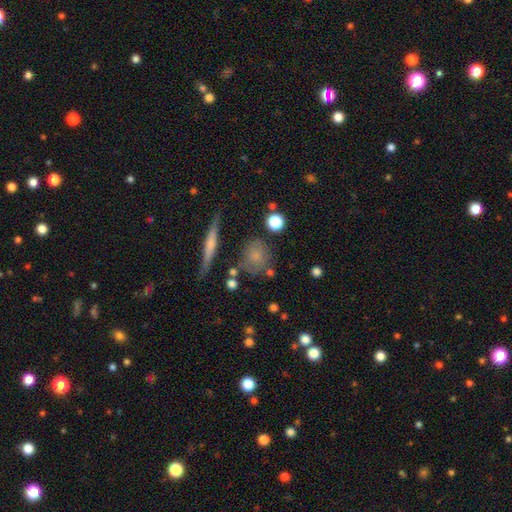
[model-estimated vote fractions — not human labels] This is likely a smooth galaxy (73%). How rounded: likely round (75%). Merging: likely none (69%).